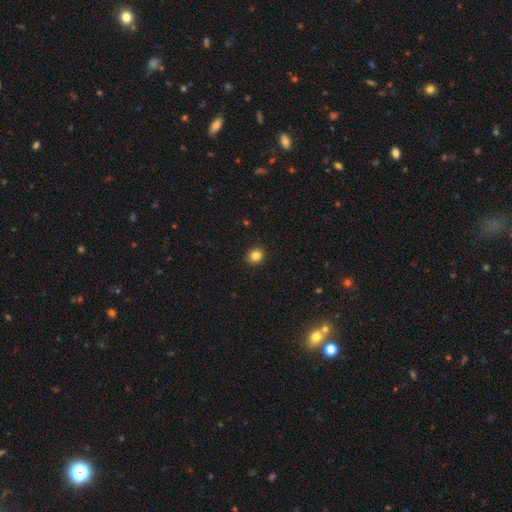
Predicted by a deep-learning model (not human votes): Smooth or featured? Predicted: smooth (p=0.84). How rounded? Predicted: round (p=0.74). Merging? Predicted: none (p=0.90).